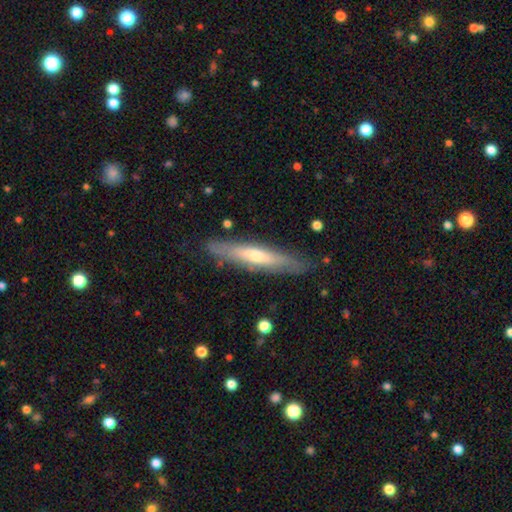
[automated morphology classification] smooth_or_featured: featured or disk (p=0.51) [alt: smooth p=0.44]
disk_edge_on: yes (p=0.80) [alt: no p=0.20]
merging: none (p=0.84) [alt: minor disturbance p=0.12]